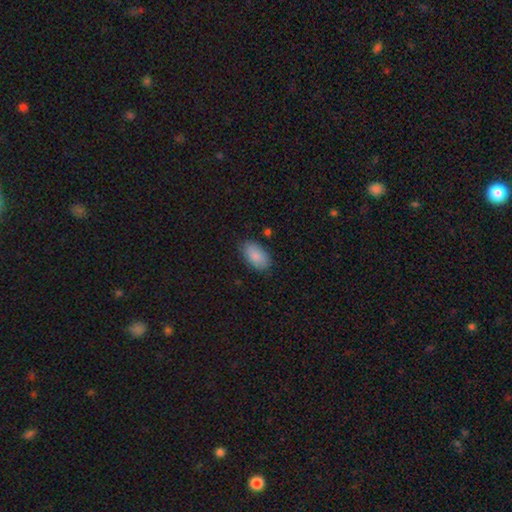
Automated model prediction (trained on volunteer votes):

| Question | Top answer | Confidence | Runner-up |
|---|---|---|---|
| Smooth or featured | smooth | 88% | star or artifact (6%) |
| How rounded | in between | 94% | round (4%) |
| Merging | none | 81% | minor disturbance (14%) |